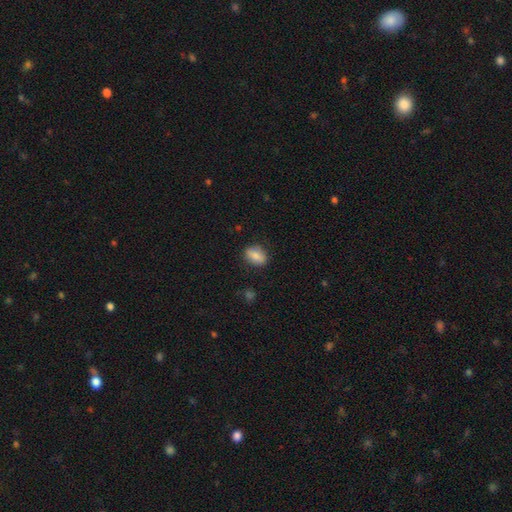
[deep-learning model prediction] Smooth or featured: smooth — 78% (featured or disk — 14%)
How rounded: in between — 76% (round — 21%)
Merging: none — 82% (minor disturbance — 14%)